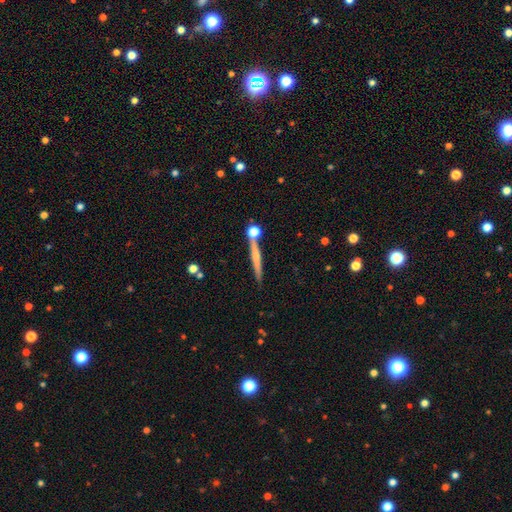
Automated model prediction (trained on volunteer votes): Smooth or featured? Predicted: featured or disk (p=0.50). Merging? Predicted: none (p=0.76).